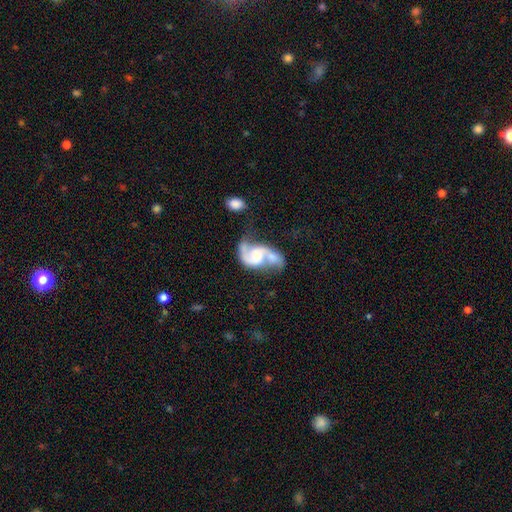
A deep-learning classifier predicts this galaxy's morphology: Q: Smooth or featured?
A: featured or disk (85%); runner-up: smooth (10%)
Q: Edge-on disk?
A: no (98%); runner-up: yes (2%)
Q: Bar?
A: no (54%); runner-up: weak (36%)
Q: Spiral arms?
A: yes (95%); runner-up: no (5%)
Q: Spiral winding?
A: loose (49%); runner-up: medium (41%)
Q: Spiral arm count?
A: 2 (90%); runner-up: 1 (4%)
Q: Bulge size?
A: moderate (35%); runner-up: small (32%)
Q: Merging?
A: merger (38%); runner-up: none (30%)